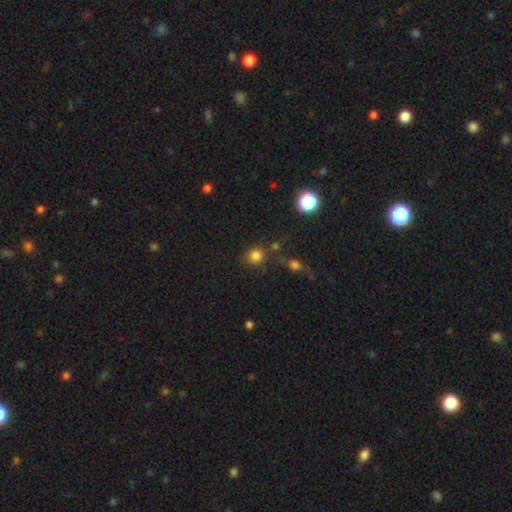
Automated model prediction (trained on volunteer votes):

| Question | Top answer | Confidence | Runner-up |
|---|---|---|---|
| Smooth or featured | smooth | 80% | star or artifact (15%) |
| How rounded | round | 85% | in between (14%) |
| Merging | none | 72% | merger (11%) |